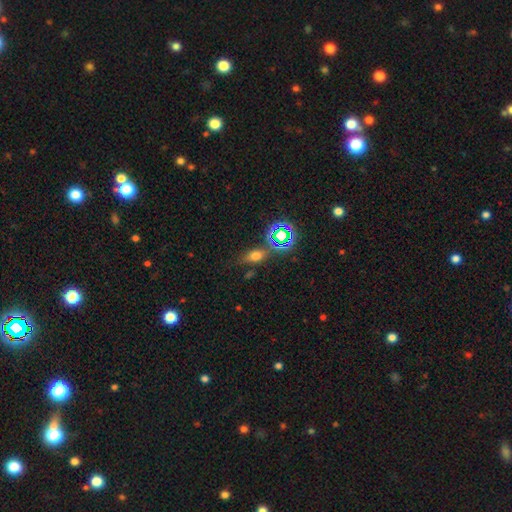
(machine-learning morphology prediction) smooth 52%, star or artifact 27%, featured or disk 21%. Down the decision tree: how rounded — in between (62%); merging — none (71%).